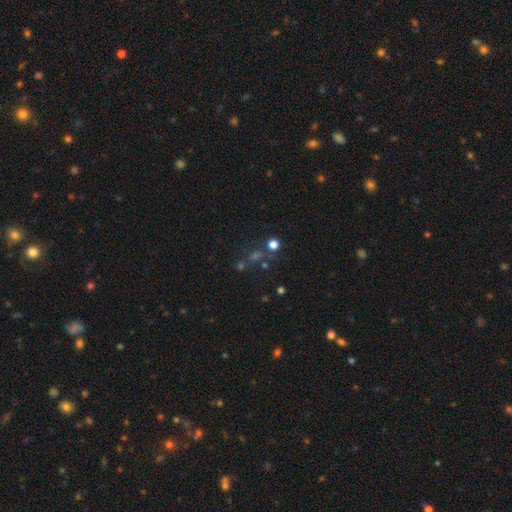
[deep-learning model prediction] This is possibly a star or artifact rather than a galaxy (50%).